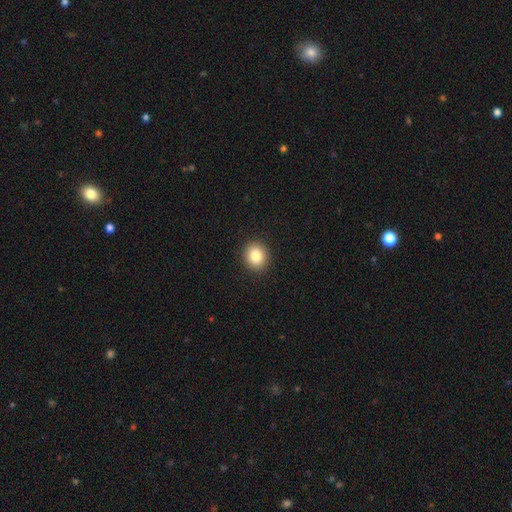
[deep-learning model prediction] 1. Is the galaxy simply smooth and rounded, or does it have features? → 85% smooth, 9% star or artifact, 6% featured or disk.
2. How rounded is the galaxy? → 76% round, 23% in between, 1% cigar-shaped.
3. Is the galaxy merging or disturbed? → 92% none, 5% minor disturbance, 2% major disturbance, 1% merger.